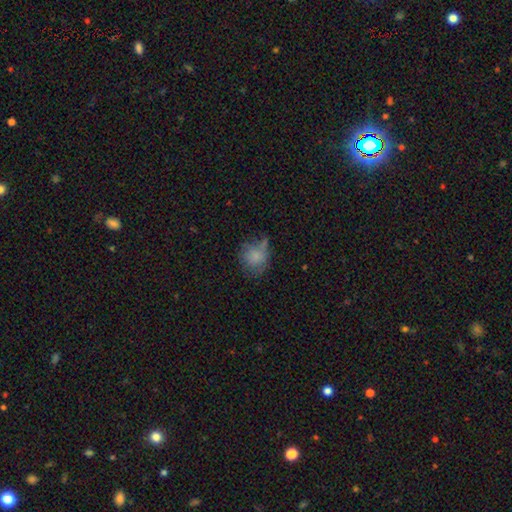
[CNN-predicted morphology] Overall: smooth (76%). How rounded: round (73%). Merging: none (47%; minor disturbance 32%).